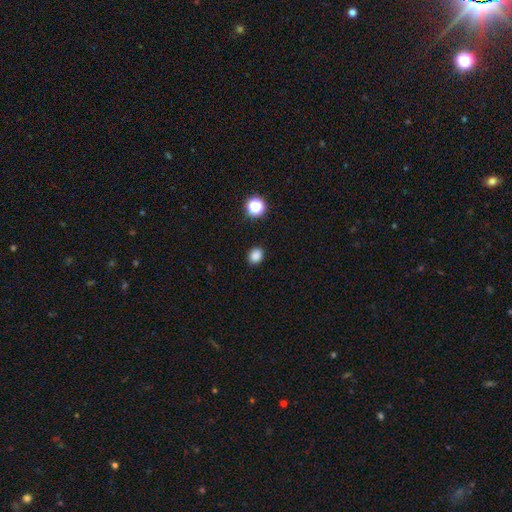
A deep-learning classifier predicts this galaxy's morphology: A smooth galaxy with no disk features (84%) that is round (56%).

Vote fractions:
- Smooth or featured? smooth: 84% / star or artifact: 13% / featured or disk: 3%
- How rounded? round: 56% / in between: 43% / cigar-shaped: 1%
- Merging? none: 88% / minor disturbance: 8% / major disturbance: 2% / merger: 1%